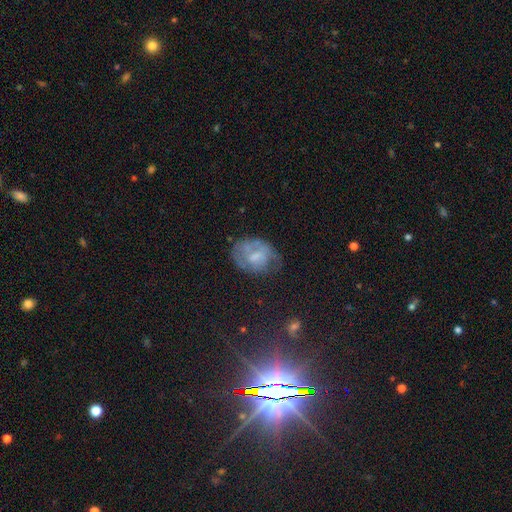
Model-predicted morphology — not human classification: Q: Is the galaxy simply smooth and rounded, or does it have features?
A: featured or disk — 53%.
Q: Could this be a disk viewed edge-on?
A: no — 97%.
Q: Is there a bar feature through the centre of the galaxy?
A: no — 49%.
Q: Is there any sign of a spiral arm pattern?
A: yes — 61%.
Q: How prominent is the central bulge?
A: small — 35%.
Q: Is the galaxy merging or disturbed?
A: none — 50%.